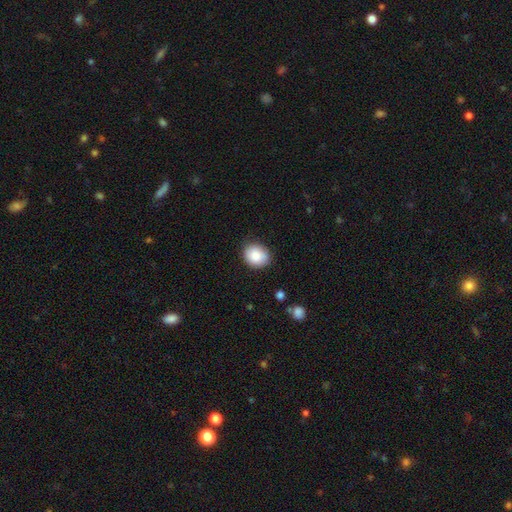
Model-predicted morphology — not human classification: This is clearly a smooth galaxy (85%). How rounded: likely round (63%). Merging: clearly none (81%).